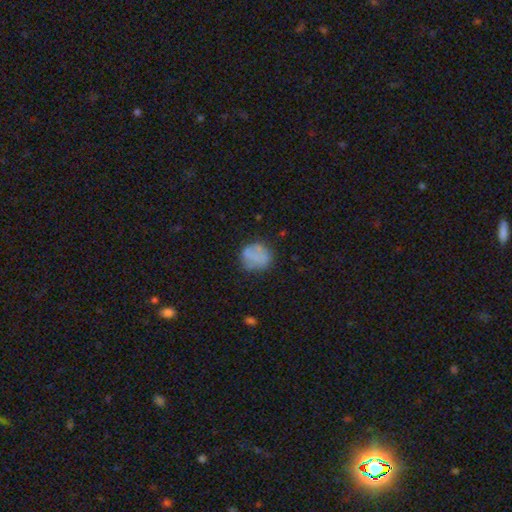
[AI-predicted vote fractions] smooth-or-featured: smooth: 69% | featured or disk: 21% | star or artifact: 10%
  how-rounded: round: 81% | in between: 18% | cigar-shaped: 1%
  merging: none: 66% | minor disturbance: 21% | major disturbance: 9% | merger: 3%